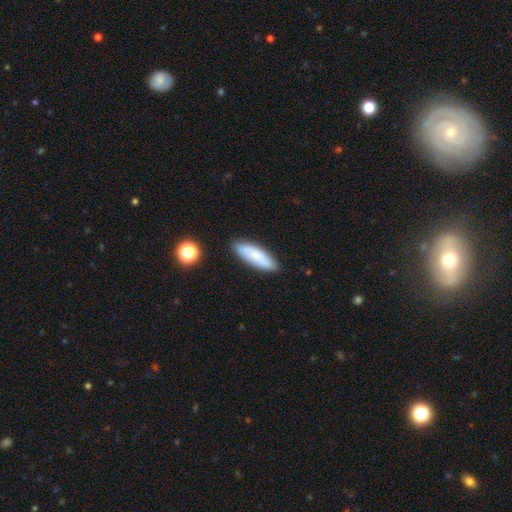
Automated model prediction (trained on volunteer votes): A smooth galaxy with no disk features (77%) that is cigar-shaped (50%). Merging: none (86%).